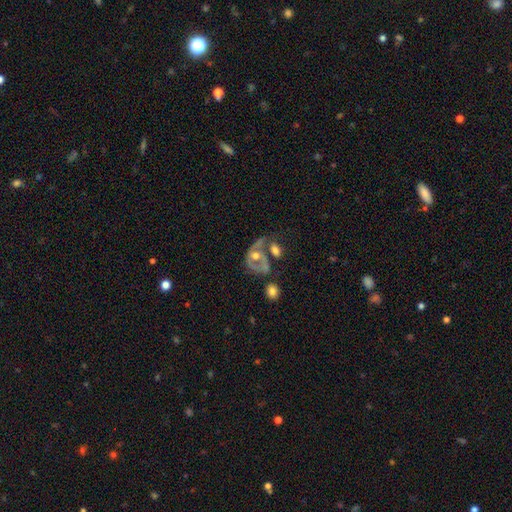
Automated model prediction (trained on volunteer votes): featured or disk 65%, smooth 27%, star or artifact 8%. Down the decision tree: edge-on disk — no (96%); bar — no (74%); spiral arms — no (55%); bulge size — moderate (70%); merging — merger (31%).